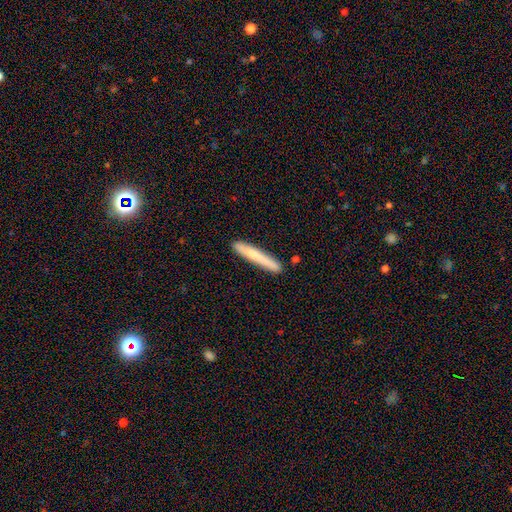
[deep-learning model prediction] This appears to be a smooth galaxy with no disk features (71%) that is cigar-shaped (96%). Merging: none (88%).